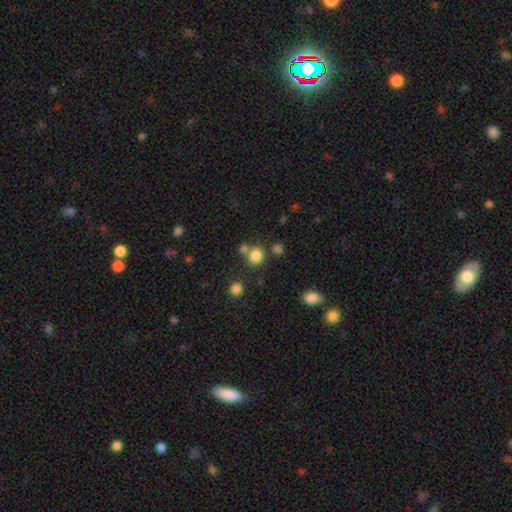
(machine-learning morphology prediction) smooth 81%, star or artifact 13%, featured or disk 6%. Down the decision tree: how rounded — round (78%); merging — none (66%).